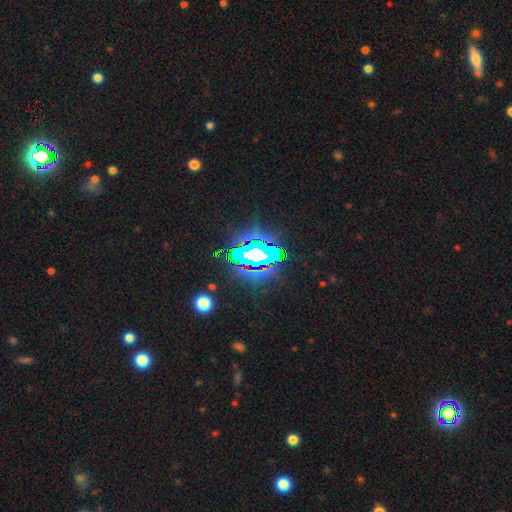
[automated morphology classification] Smooth or featured: star or artifact — 63% (featured or disk — 20%)